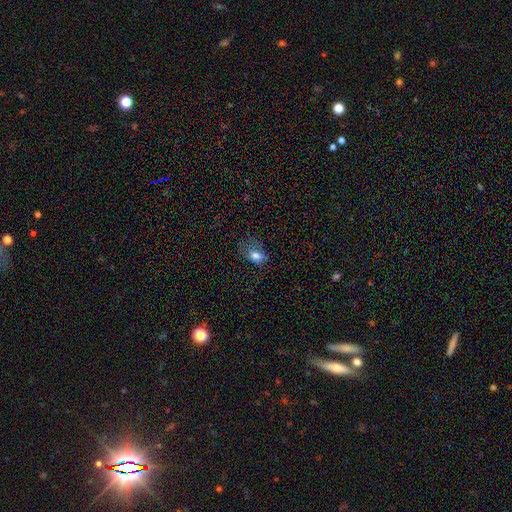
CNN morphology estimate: A smooth galaxy with no disk features (77%) that is in between round and cigar-shaped (75%). Merging: none (39%).